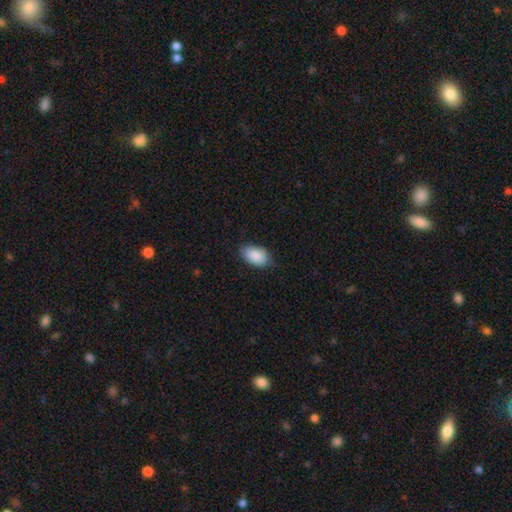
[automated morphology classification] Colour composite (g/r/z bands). It shows a smooth galaxy with no disk features (90%) that is in between round and cigar-shaped (94%). Merging: none (80%).